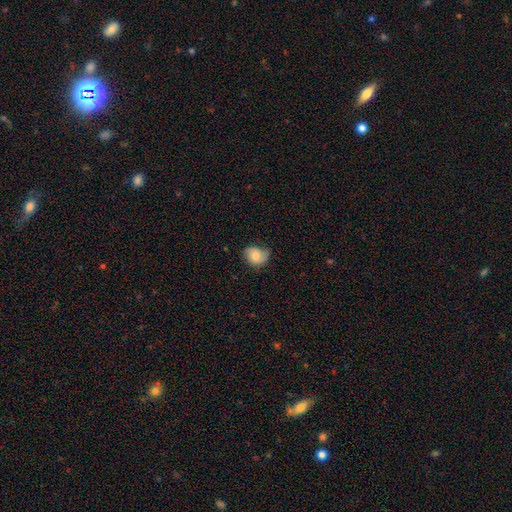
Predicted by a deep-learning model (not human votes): The model was most divided on "how rounded": round: 53%, in between: 46%, cigar-shaped: 1%. More confident: smooth or featured — smooth (62%); merging — none (57%).